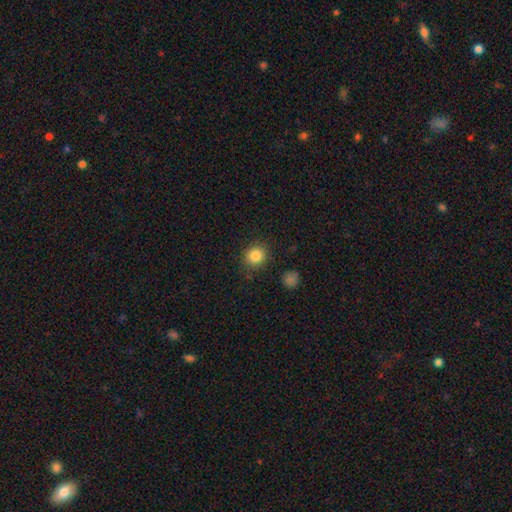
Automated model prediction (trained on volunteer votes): Smooth or featured?
  - smooth: 85% *
  - star or artifact: 10%
  - featured or disk: 5%
How rounded?
  - round: 83% *
  - in between: 16%
  - cigar-shaped: 1%
Merging?
  - none: 86% *
  - minor disturbance: 9%
  - major disturbance: 3%
  - merger: 2%